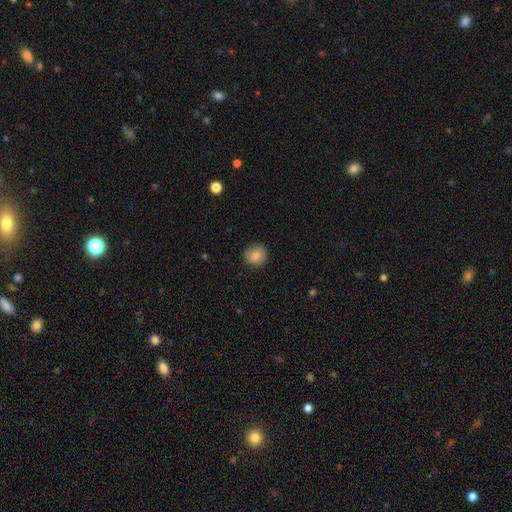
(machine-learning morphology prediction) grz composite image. It shows a smooth galaxy with no disk features (87%) that is round (91%). Merging: none (89%).